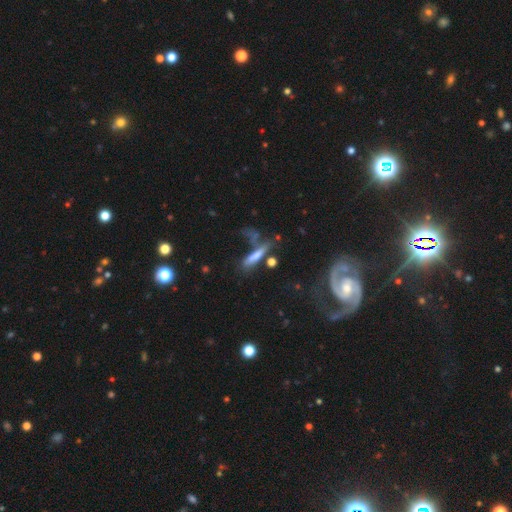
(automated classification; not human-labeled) Smooth or featured? smooth (63%)
How rounded? cigar-shaped (80%)
Merging? none (46%)